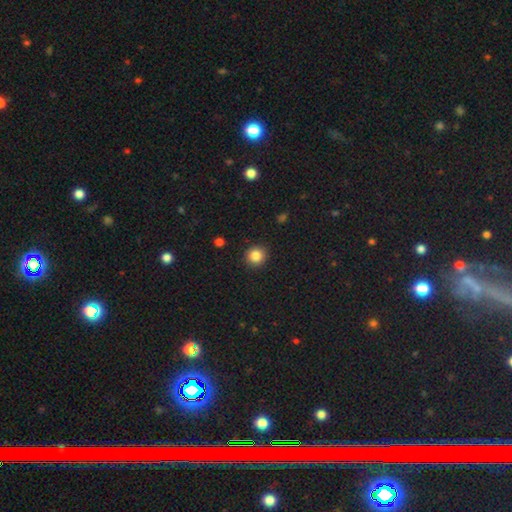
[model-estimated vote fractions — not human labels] smooth-or-featured: smooth: 84% | star or artifact: 11% | featured or disk: 5%
  how-rounded: round: 93% | in between: 6% | cigar-shaped: 1%
  merging: none: 92% | minor disturbance: 6% | major disturbance: 2% | merger: 1%